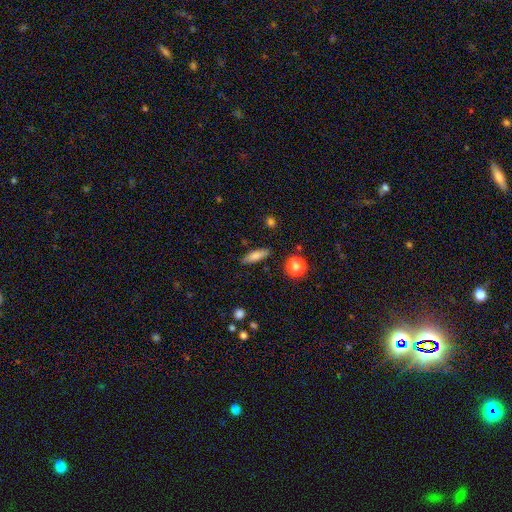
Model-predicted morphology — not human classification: This appears to be a smooth galaxy with no disk features (79%) that is cigar-shaped (55%). Merging: none (85%).